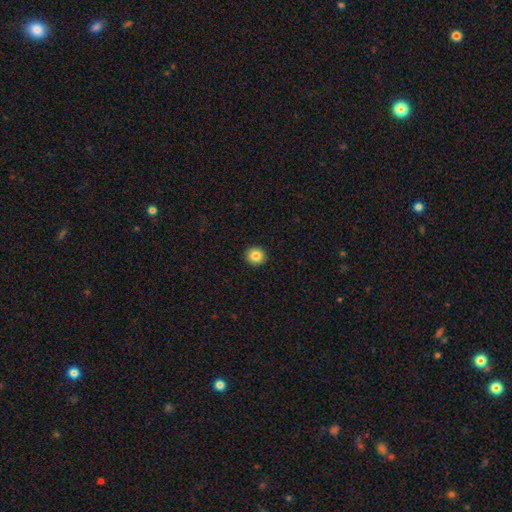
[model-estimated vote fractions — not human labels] Overall: smooth (84%). How rounded: round (91%). Merging: none (93%).